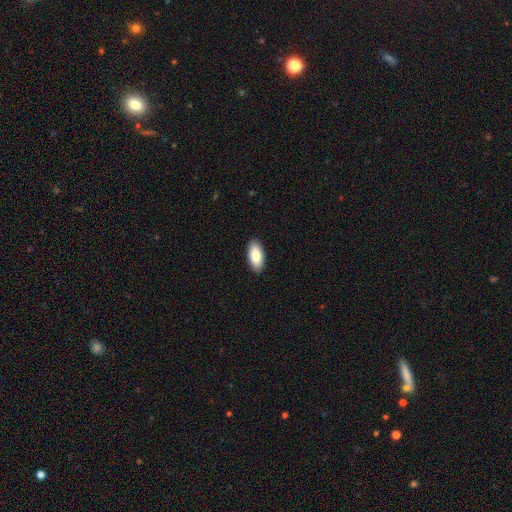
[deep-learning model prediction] Smooth or featured? smooth (84%)
How rounded? in between (93%)
Merging? none (90%)